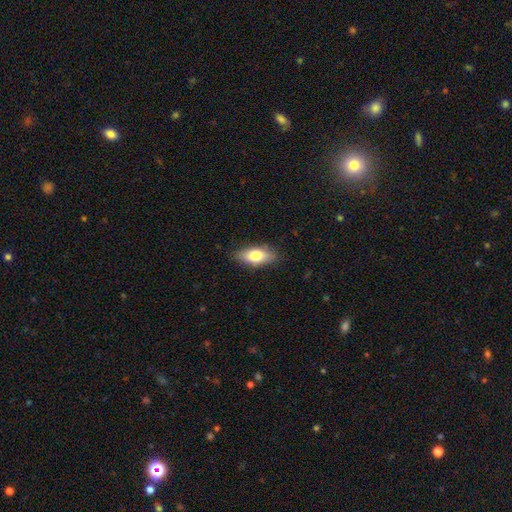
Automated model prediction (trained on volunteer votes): This is likely a smooth galaxy (79%). How rounded: clearly in between (84%). Merging: clearly none (83%).